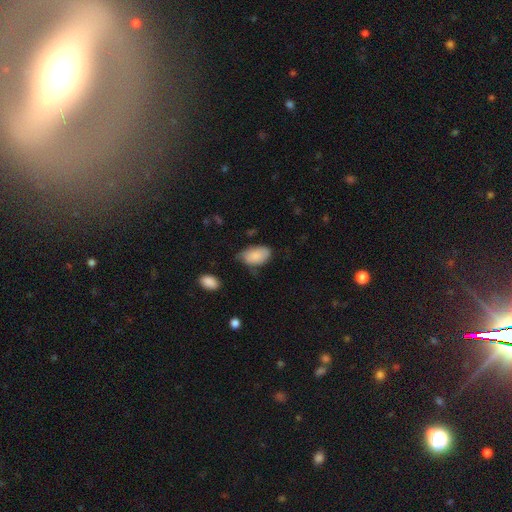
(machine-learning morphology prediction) Smooth or featured? Predicted: smooth (p=0.85). How rounded? Predicted: in between (p=0.93). Merging? Predicted: none (p=0.50).